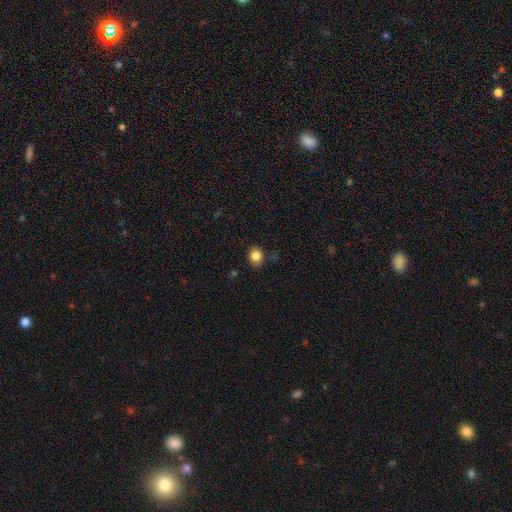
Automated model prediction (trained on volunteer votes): This is clearly a smooth galaxy (85%). How rounded: likely round (72%). Merging: clearly none (83%).